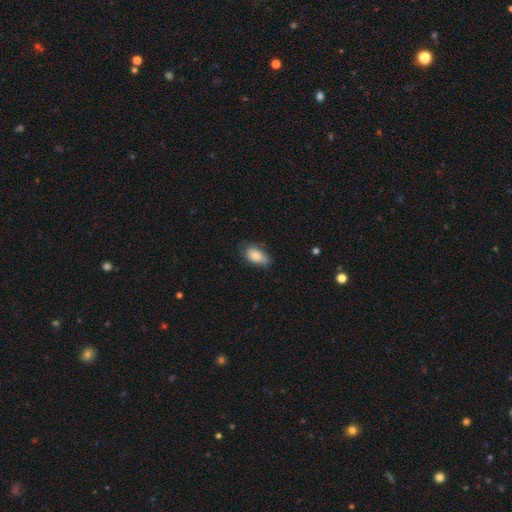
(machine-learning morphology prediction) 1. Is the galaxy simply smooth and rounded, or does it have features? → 84% smooth, 9% featured or disk, 7% star or artifact.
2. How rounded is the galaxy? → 91% in between, 5% round, 4% cigar-shaped.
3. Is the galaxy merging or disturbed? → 60% none, 32% minor disturbance, 7% major disturbance, 2% merger.